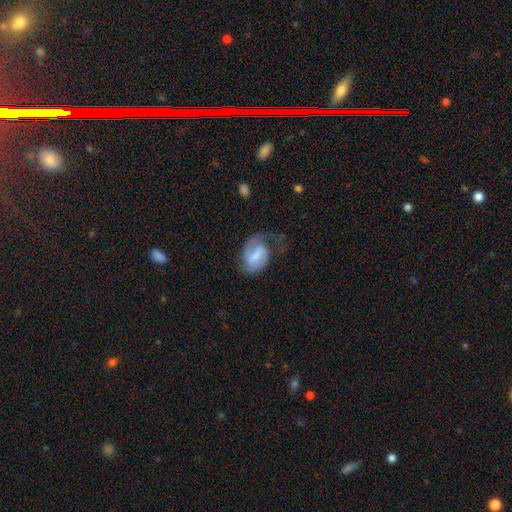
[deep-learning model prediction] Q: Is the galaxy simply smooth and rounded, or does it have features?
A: featured or disk — 65%.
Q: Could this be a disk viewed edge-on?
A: no — 97%.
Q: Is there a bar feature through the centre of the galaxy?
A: weak — 55%.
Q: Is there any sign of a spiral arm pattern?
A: yes — 89%.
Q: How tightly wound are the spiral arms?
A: medium — 43%.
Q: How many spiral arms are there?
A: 2 — 49%.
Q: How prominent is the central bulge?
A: small — 33%.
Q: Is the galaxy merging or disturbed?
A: major disturbance — 37%.